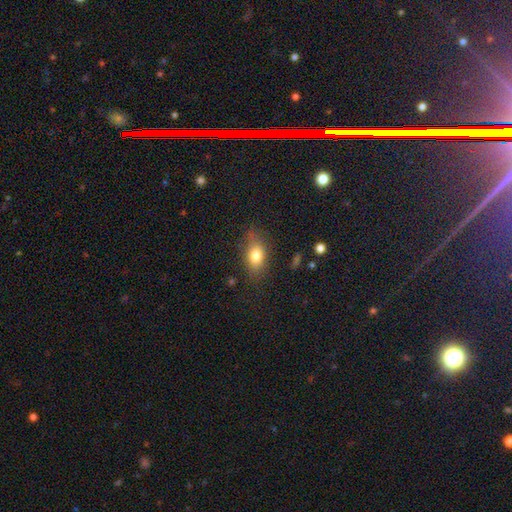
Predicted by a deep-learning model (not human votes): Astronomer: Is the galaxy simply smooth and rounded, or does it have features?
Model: smooth — 78%.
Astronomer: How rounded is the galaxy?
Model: in between — 78%.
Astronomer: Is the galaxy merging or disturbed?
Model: none — 75%.